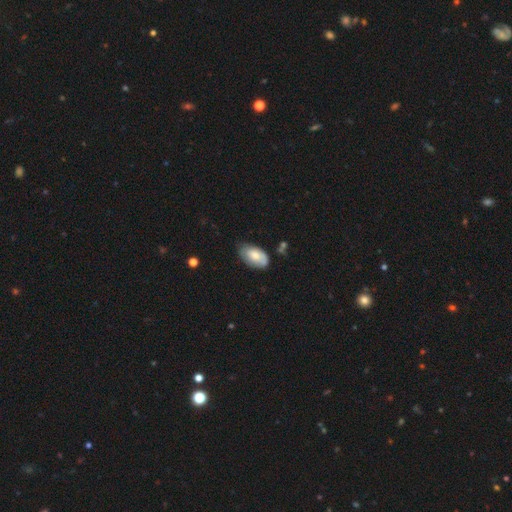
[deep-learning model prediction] Smooth or featured: smooth — 68% (featured or disk — 26%)
How rounded: in between — 94% (round — 4%)
Merging: none — 62% (minor disturbance — 29%)